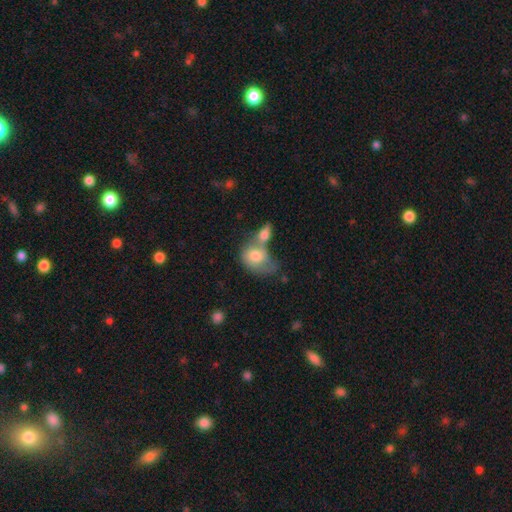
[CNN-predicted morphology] A smooth galaxy with no disk features (72%) that is in between round and cigar-shaped (61%).

Vote fractions:
- Smooth or featured? smooth: 72% / featured or disk: 21% / star or artifact: 7%
- How rounded? in between: 61% / round: 37% / cigar-shaped: 2%
- Merging? merger: 58% / none: 17% / minor disturbance: 12% / major disturbance: 12%